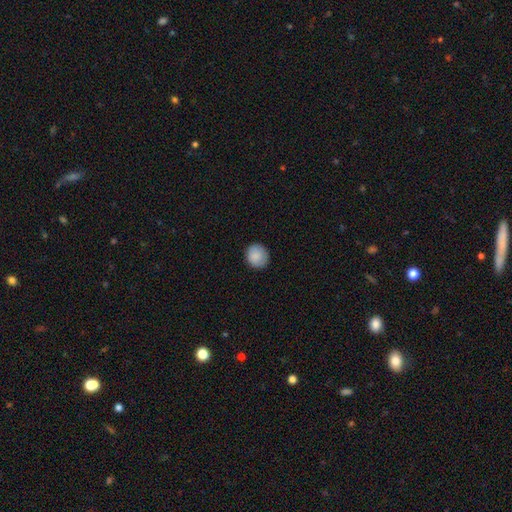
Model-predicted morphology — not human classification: Q: Smooth or featured?
A: smooth (87%); runner-up: star or artifact (7%)
Q: How rounded?
A: round (86%); runner-up: in between (13%)
Q: Merging?
A: none (87%); runner-up: minor disturbance (10%)